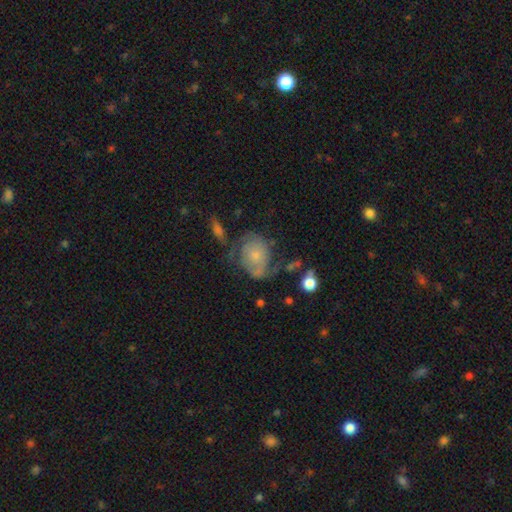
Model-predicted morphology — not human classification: smooth_or_featured: featured or disk (p=0.49) [alt: smooth p=0.42]
merging: none (p=0.39) [alt: minor disturbance p=0.28]